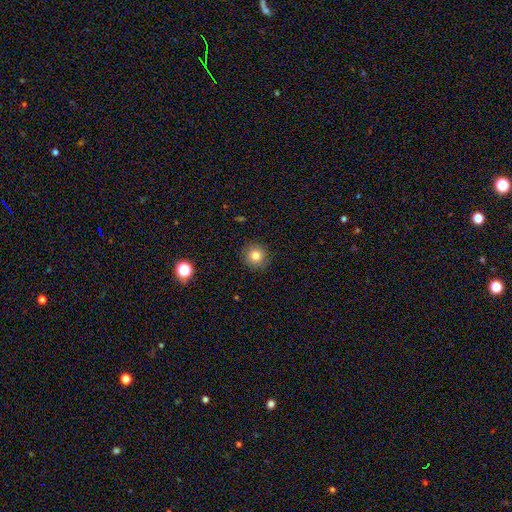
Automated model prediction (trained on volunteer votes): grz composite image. It shows a smooth galaxy with no disk features (82%) that is round (94%). Merging: none (90%).